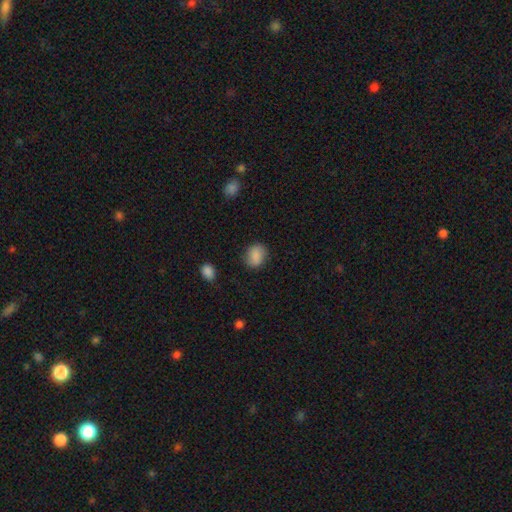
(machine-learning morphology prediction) Smooth or featured: smooth — 85% (star or artifact — 8%)
How rounded: round — 50% (in between — 49%)
Merging: none — 80% (minor disturbance — 15%)